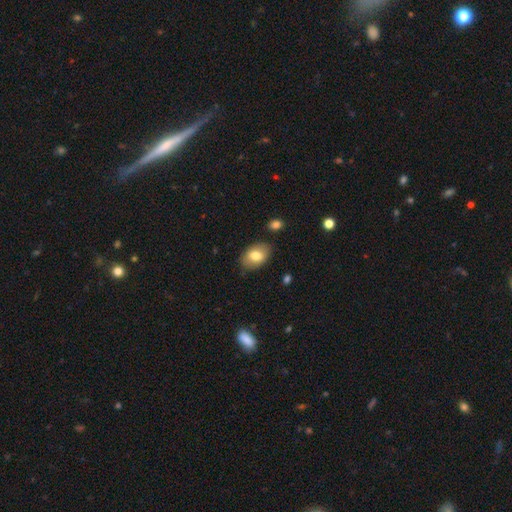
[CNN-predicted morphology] smooth_or_featured: smooth (p=0.76) [alt: featured or disk p=0.17]
how_rounded: in between (p=0.85) [alt: round p=0.14]
merging: none (p=0.80) [alt: minor disturbance p=0.15]